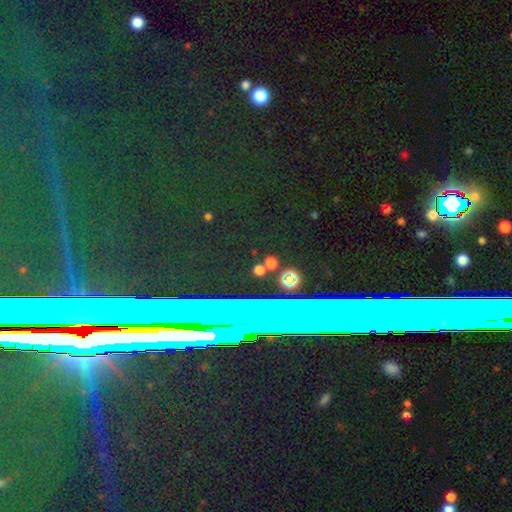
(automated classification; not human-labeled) This appears to be a star or artifact, not a galaxy (77%).